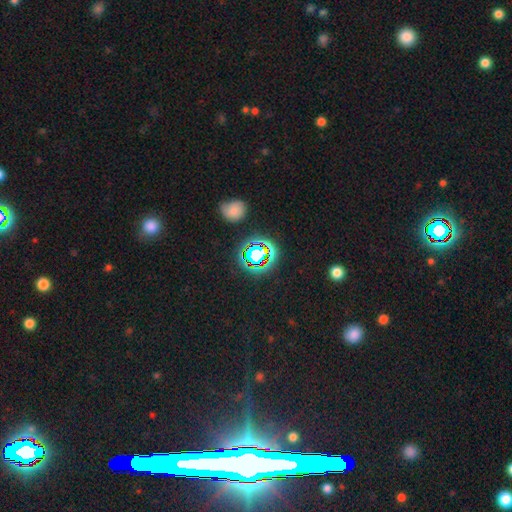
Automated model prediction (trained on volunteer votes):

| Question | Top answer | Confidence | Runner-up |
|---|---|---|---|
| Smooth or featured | star or artifact | 77% | smooth (14%) |